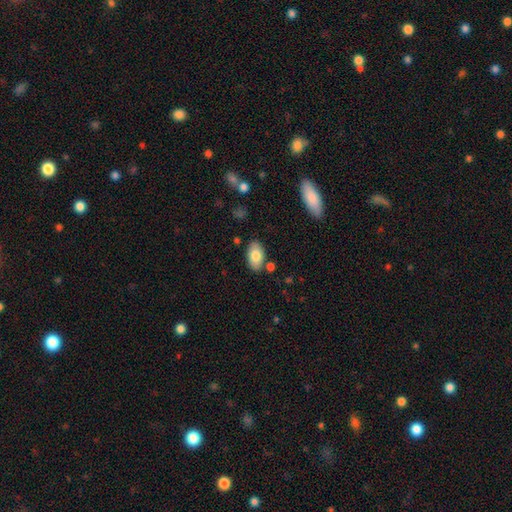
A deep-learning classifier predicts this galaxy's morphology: smooth_or_featured: smooth (p=0.80) [alt: featured or disk p=0.14]
how_rounded: in between (p=0.93) [alt: round p=0.05]
merging: none (p=0.81) [alt: minor disturbance p=0.12]